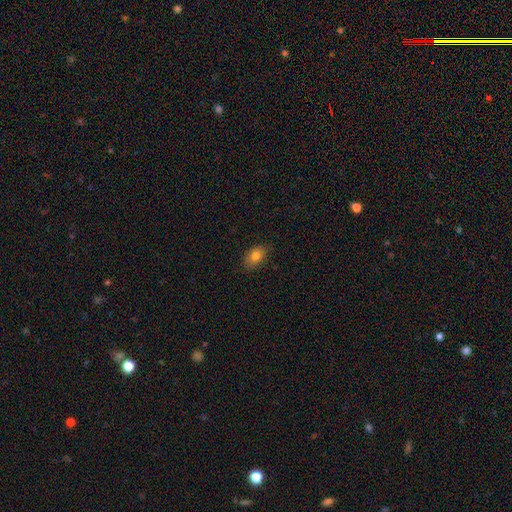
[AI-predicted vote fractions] Smooth or featured? Predicted: smooth (p=0.79). How rounded? Predicted: in between (p=0.87). Merging? Predicted: none (p=0.83).